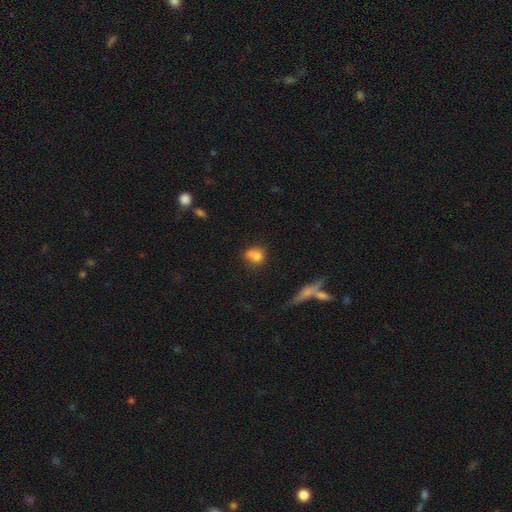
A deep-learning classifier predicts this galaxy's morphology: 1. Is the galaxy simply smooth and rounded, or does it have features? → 74% smooth, 15% featured or disk, 11% star or artifact.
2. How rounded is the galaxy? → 66% round, 31% in between, 2% cigar-shaped.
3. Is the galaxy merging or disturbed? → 42% none, 33% merger, 17% minor disturbance, 8% major disturbance.